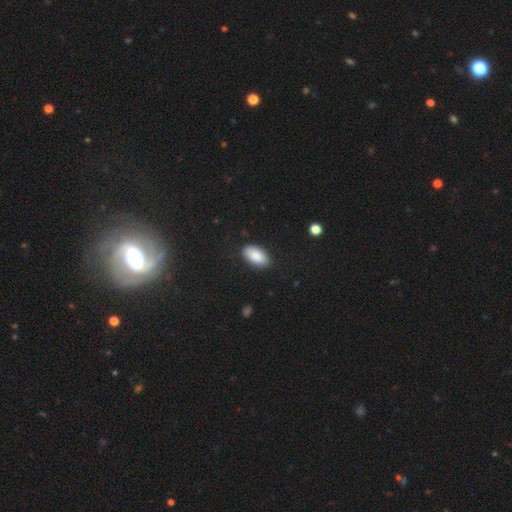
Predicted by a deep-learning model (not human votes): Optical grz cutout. It shows a smooth galaxy with no disk features (88%) that is in between round and cigar-shaped (94%). Merging: none (86%).